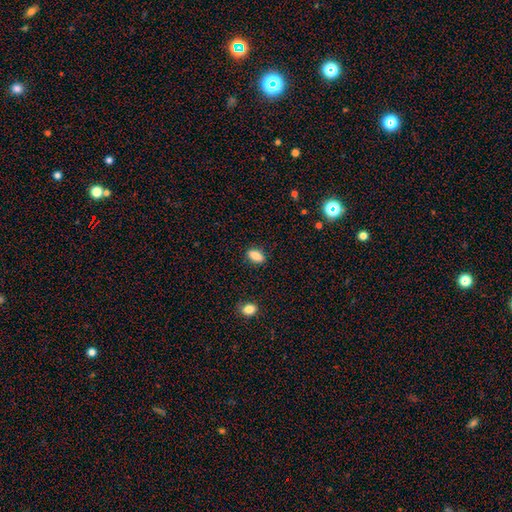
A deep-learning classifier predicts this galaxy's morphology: This is clearly a smooth galaxy (85%). How rounded: clearly in between (86%). Merging: clearly none (87%).